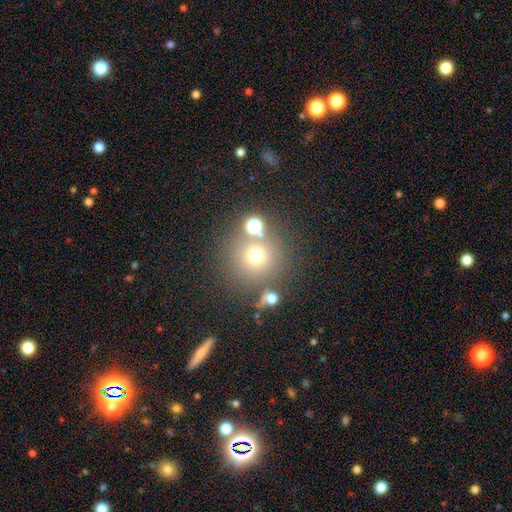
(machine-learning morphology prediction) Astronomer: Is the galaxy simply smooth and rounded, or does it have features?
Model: smooth — 66%.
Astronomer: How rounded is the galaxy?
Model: round — 93%.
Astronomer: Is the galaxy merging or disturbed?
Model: none — 72%.